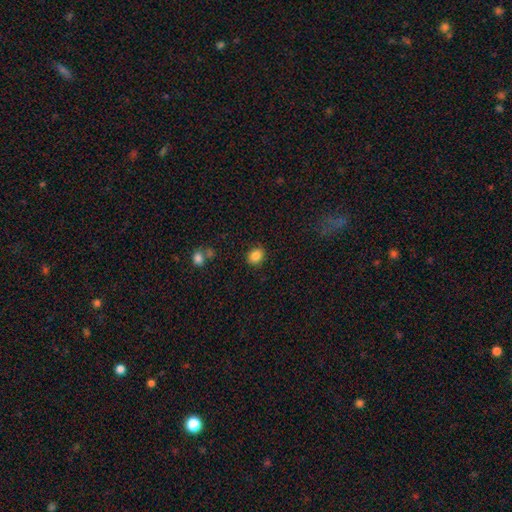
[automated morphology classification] smooth-or-featured: smooth: 86% | star or artifact: 10% | featured or disk: 4%
  how-rounded: round: 52% | in between: 47% | cigar-shaped: 1%
  merging: none: 85% | minor disturbance: 10% | major disturbance: 3% | merger: 2%